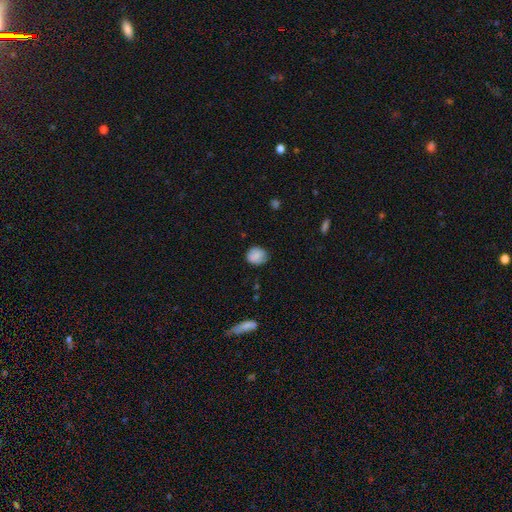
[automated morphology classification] Q: Smooth or featured?
A: smooth (85%); runner-up: star or artifact (8%)
Q: How rounded?
A: round (73%); runner-up: in between (26%)
Q: Merging?
A: none (76%); runner-up: minor disturbance (19%)